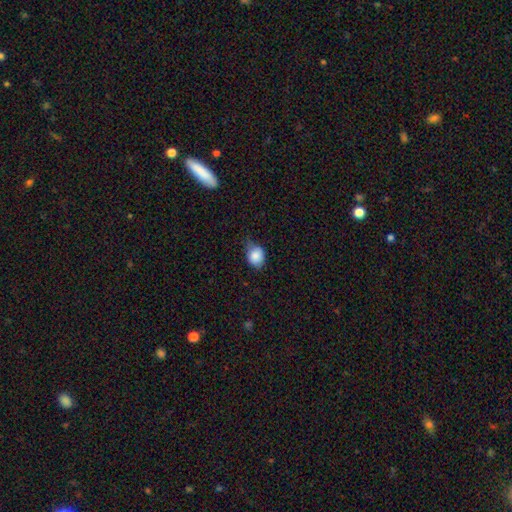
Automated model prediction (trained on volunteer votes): Smooth or featured? smooth (84%)
How rounded? round (50%)
Merging? none (51%)